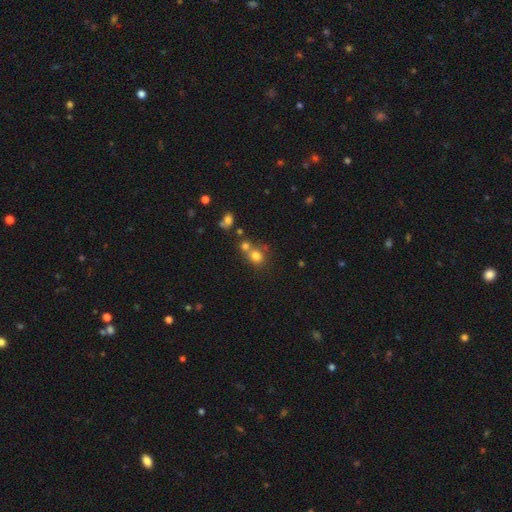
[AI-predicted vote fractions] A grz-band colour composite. It shows a smooth galaxy with no disk features (76%) that is round (78%). Merging: none (48%).